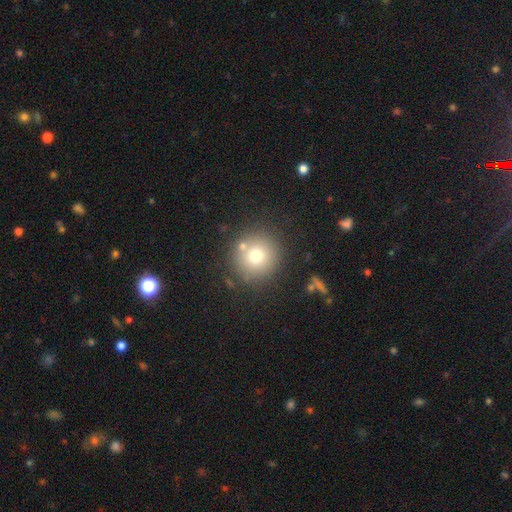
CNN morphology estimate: Smooth or featured? smooth (71%)
How rounded? round (94%)
Merging? none (80%)